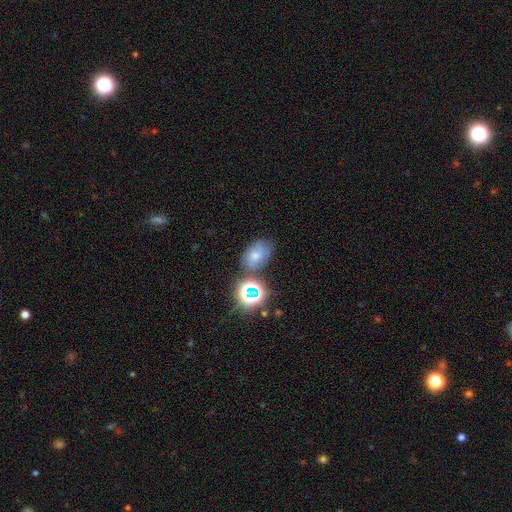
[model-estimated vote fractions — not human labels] A featured or disk galaxy (40%). Merging: none (59%).